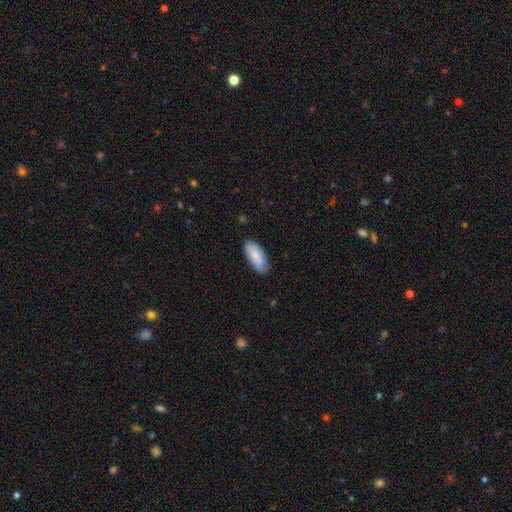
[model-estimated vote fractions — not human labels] Smooth or featured: smooth — 82% (featured or disk — 12%)
How rounded: in between — 85% (cigar-shaped — 13%)
Merging: none — 77% (minor disturbance — 18%)